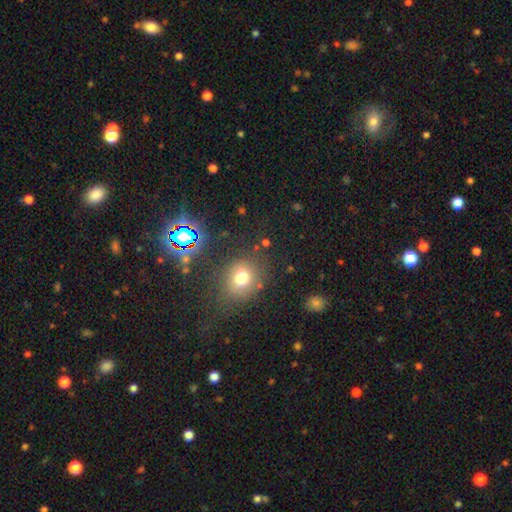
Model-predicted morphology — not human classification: Smooth or featured: smooth — 52% (star or artifact — 39%)
How rounded: round — 71% (in between — 28%)
Merging: none — 82% (minor disturbance — 10%)